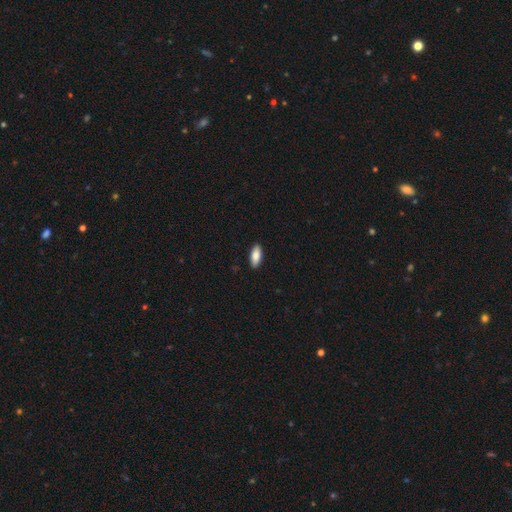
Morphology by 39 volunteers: type=smooth (92%); roundness=in between (69%); merging=none (100%).